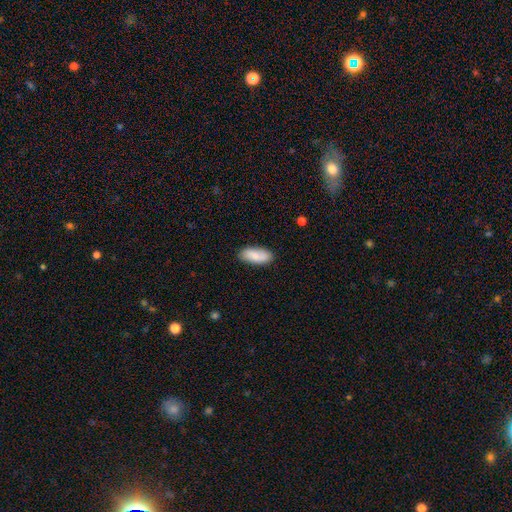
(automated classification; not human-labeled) A smooth galaxy with no disk features (82%) that is in between round and cigar-shaped (84%). Merging: none (83%).